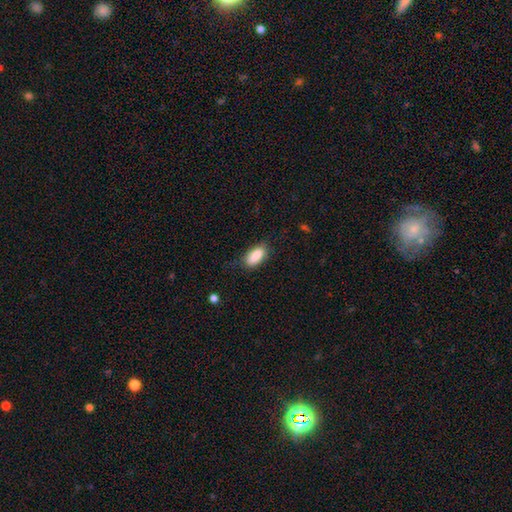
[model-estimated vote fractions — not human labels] Morphology: type=smooth (87%); roundness=in between (89%); merging=none (72%).